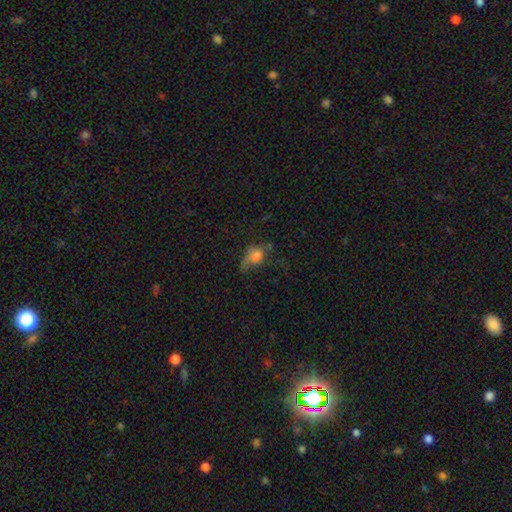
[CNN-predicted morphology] smooth_or_featured: smooth (p=0.66) [alt: featured or disk p=0.19]
how_rounded: in between (p=0.53) [alt: round p=0.44]
merging: major disturbance (p=0.37) [alt: none p=0.28]